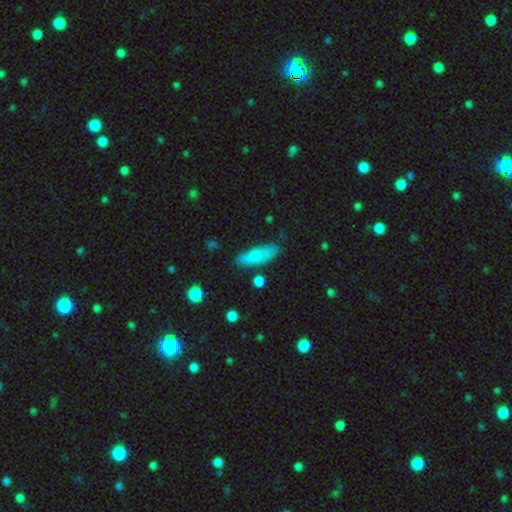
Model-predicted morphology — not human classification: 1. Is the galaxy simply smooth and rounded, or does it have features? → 72% smooth, 22% featured or disk, 7% star or artifact.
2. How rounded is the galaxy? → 56% in between, 41% cigar-shaped, 3% round.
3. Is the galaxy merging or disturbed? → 71% none, 21% minor disturbance, 5% major disturbance, 4% merger.